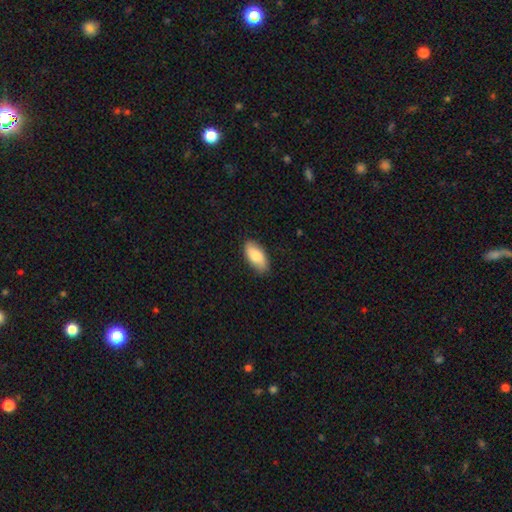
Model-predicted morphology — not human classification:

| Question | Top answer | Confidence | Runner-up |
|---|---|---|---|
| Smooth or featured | smooth | 77% | featured or disk (17%) |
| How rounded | in between | 92% | cigar-shaped (5%) |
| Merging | none | 86% | minor disturbance (11%) |